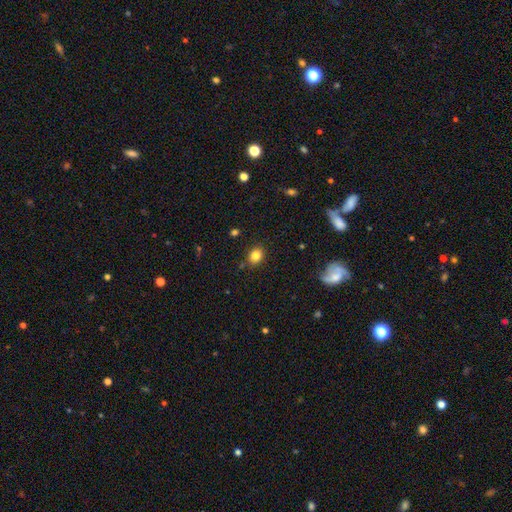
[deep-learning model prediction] Smooth or featured? smooth (82%)
How rounded? round (59%)
Merging? none (84%)